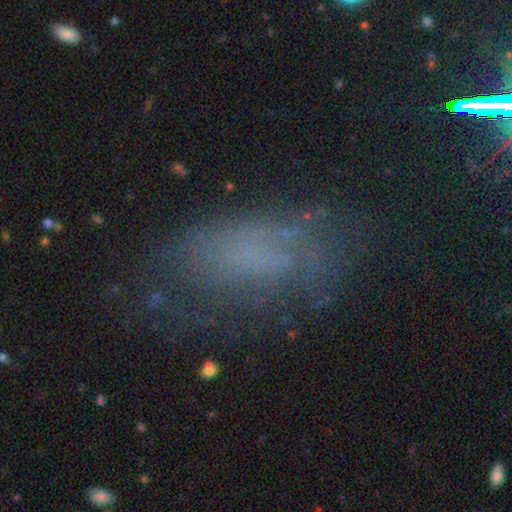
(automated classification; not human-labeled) Smooth or featured: smooth — 39% (featured or disk — 38%)
Merging: none — 52% (minor disturbance — 23%)